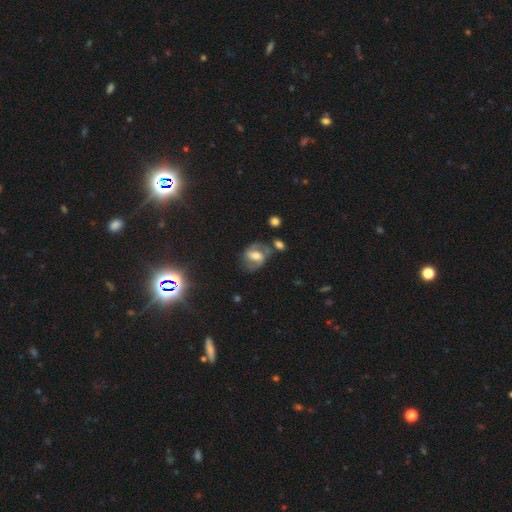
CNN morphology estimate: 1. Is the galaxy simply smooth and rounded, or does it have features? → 58% featured or disk, 32% smooth, 10% star or artifact.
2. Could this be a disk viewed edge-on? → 94% no, 6% yes.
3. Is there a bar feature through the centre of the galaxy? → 41% weak, 35% strong, 24% no.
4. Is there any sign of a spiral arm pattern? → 72% yes, 28% no.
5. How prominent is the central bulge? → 56% moderate, 24% large, 13% small, 3% none, 2% dominant.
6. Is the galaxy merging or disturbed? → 57% none, 21% minor disturbance, 12% major disturbance, 10% merger.